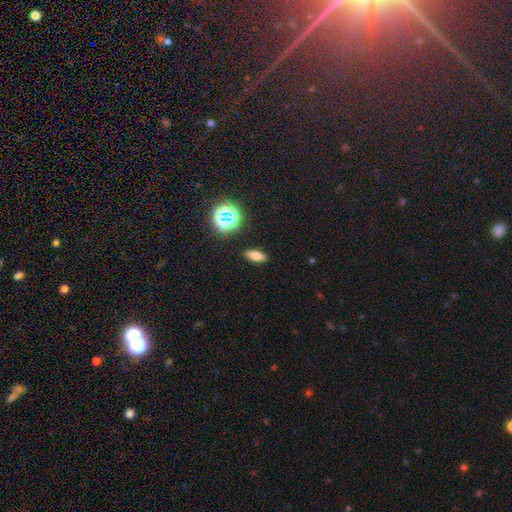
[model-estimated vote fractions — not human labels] Overall: smooth (69%). How rounded: in between (75%). Merging: none (89%).